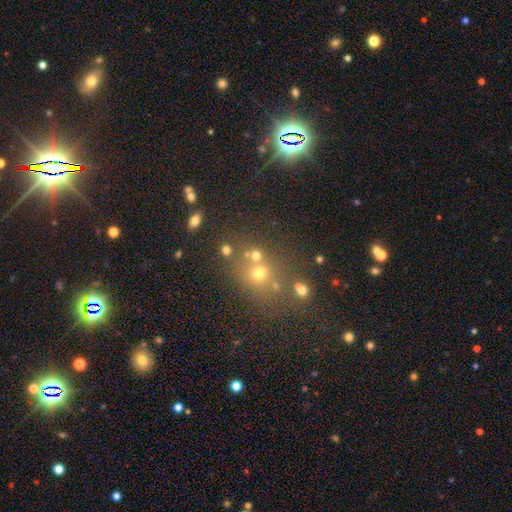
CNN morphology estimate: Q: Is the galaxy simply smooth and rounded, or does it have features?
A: smooth — 64%.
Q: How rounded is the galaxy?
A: round — 79%.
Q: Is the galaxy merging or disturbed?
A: none — 62%.